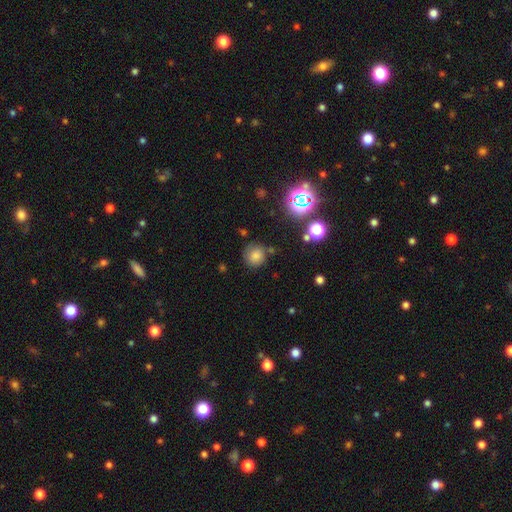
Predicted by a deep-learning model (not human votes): This appears to be a smooth galaxy with no disk features (75%) that is round (89%). Merging: none (74%).